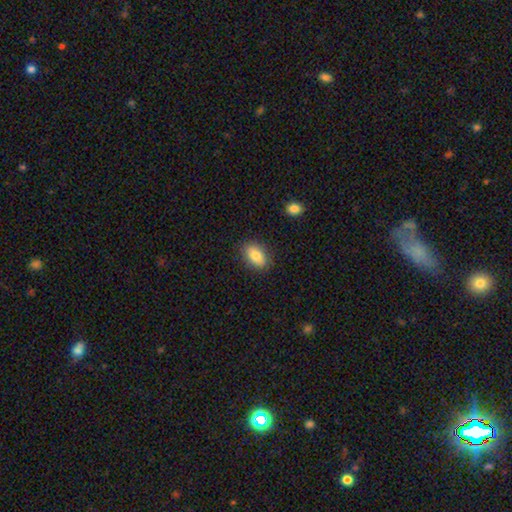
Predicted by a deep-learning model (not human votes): Smooth or featured? smooth (82%)
How rounded? in between (88%)
Merging? none (86%)